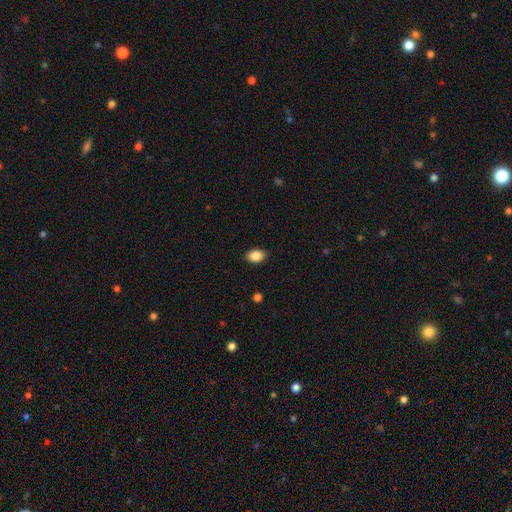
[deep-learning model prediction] smooth-or-featured: smooth: 88% | star or artifact: 8% | featured or disk: 4%
  how-rounded: in between: 82% | round: 17% | cigar-shaped: 1%
  merging: none: 89% | minor disturbance: 8% | major disturbance: 2% | merger: 1%